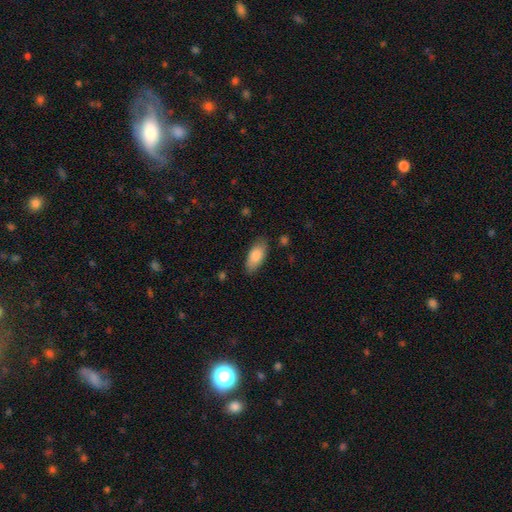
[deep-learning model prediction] Q: Smooth or featured?
A: smooth (85%); runner-up: featured or disk (9%)
Q: How rounded?
A: in between (87%); runner-up: cigar-shaped (11%)
Q: Merging?
A: none (81%); runner-up: minor disturbance (15%)